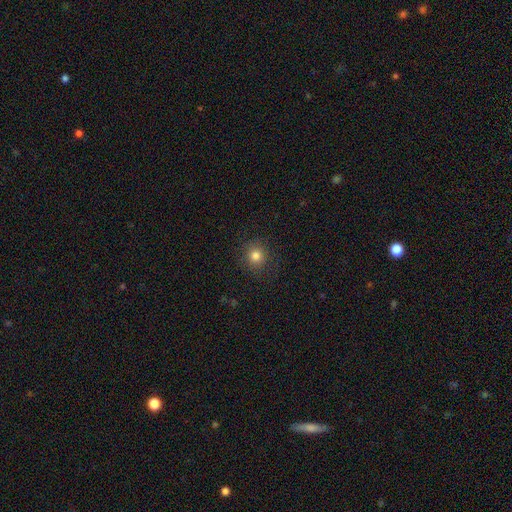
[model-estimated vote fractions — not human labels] The model was most divided on "smooth or featured": smooth: 81%, star or artifact: 13%, featured or disk: 6%. More confident: how rounded — round (91%); merging — none (89%).